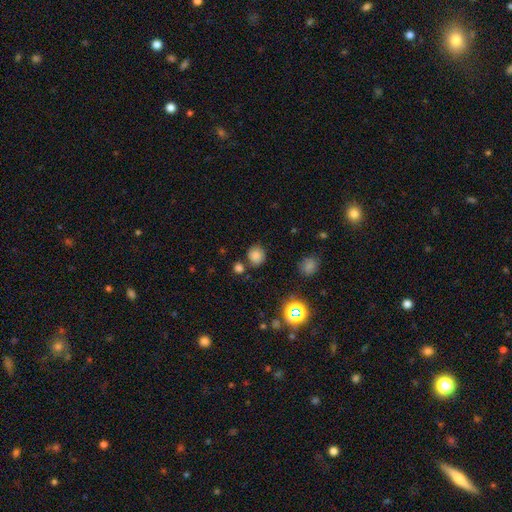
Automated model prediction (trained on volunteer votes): A smooth galaxy with no disk features (78%) that is round (87%). Merging: none (76%).